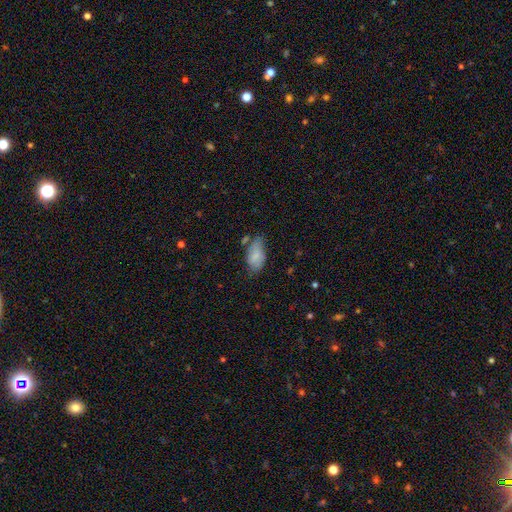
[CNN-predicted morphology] Overall: smooth (79%). How rounded: in between (93%). Merging: none (55%; minor disturbance 31%).